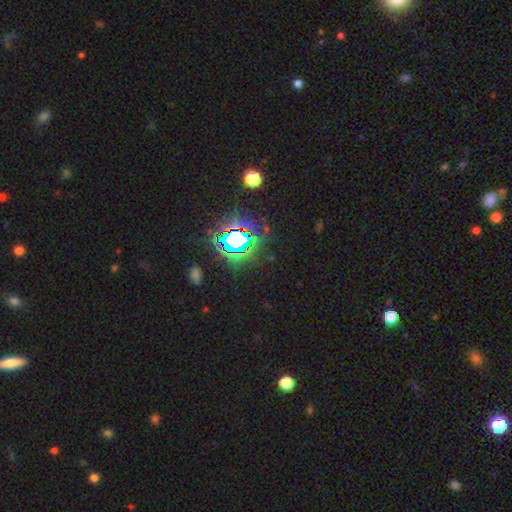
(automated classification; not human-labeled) The model was most divided on "smooth or featured": star or artifact: 81%, smooth: 12%, featured or disk: 7%.